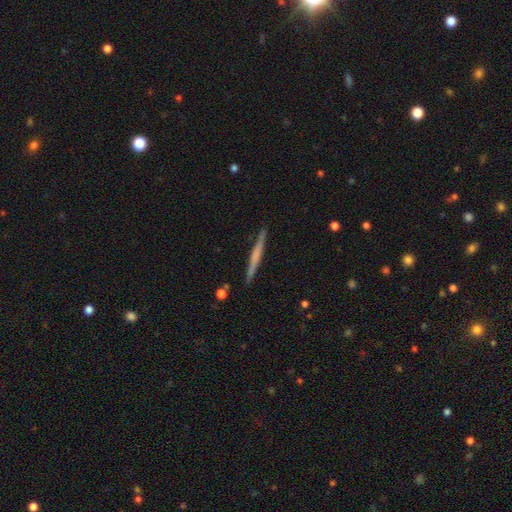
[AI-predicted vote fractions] smooth-or-featured: featured or disk: 58% | smooth: 37% | star or artifact: 5%
  disk-edge-on: yes: 98% | no: 2%
    edge-on-bulge: none: 64% | rounded: 23% | boxy: 12%
  merging: none: 91% | minor disturbance: 6% | major disturbance: 1% | merger: 1%